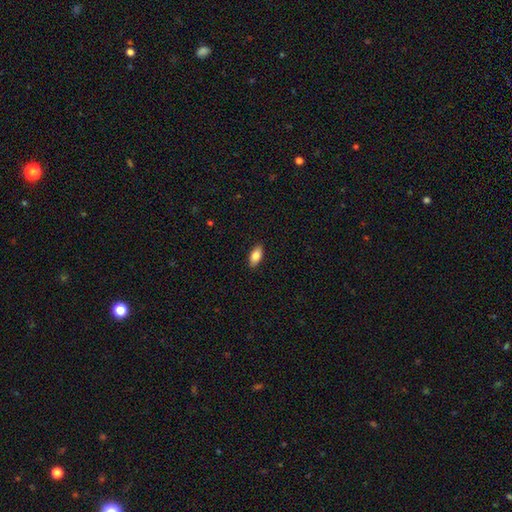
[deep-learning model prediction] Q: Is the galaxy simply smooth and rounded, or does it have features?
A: smooth — 82%.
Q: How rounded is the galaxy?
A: in between — 89%.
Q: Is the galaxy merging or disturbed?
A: none — 89%.